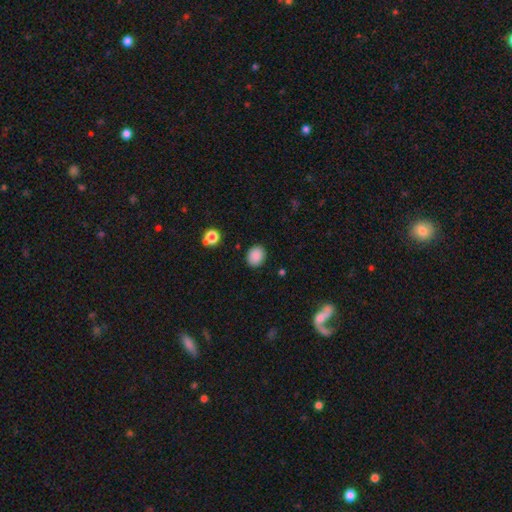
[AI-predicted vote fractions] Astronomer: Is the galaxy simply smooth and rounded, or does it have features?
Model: smooth — 87%.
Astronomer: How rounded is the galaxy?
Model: round — 65%.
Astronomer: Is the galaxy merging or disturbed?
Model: none — 88%.